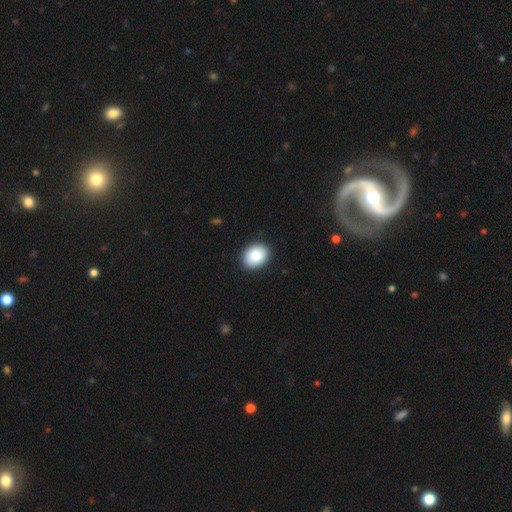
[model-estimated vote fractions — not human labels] Overall: smooth (81%). How rounded: in between (57%; round 42%). Merging: none (92%).